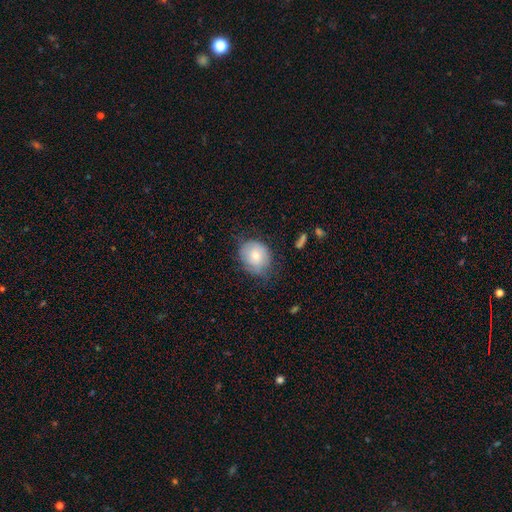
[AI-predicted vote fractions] Morphology: type=smooth (73%); roundness=round (58%); merging=none (59%).